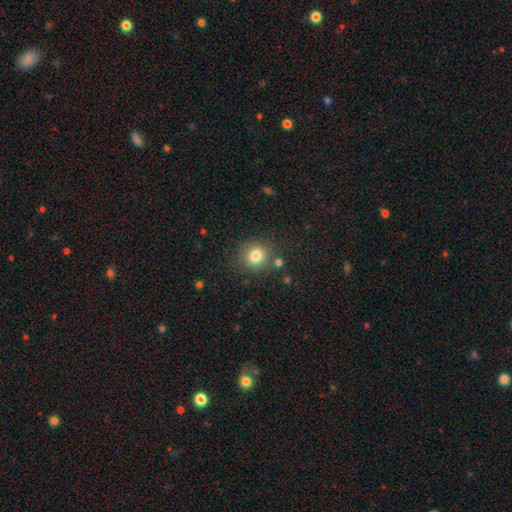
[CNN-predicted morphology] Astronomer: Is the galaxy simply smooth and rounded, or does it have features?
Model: smooth — 80%.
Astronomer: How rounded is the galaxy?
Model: round — 85%.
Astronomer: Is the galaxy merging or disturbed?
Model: none — 81%.